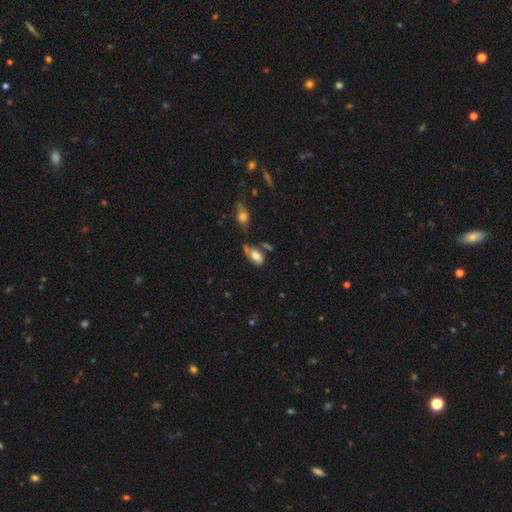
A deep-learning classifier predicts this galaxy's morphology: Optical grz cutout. It shows a smooth galaxy with no disk features (75%) that is in between round and cigar-shaped (91%). Merging: none (43%).